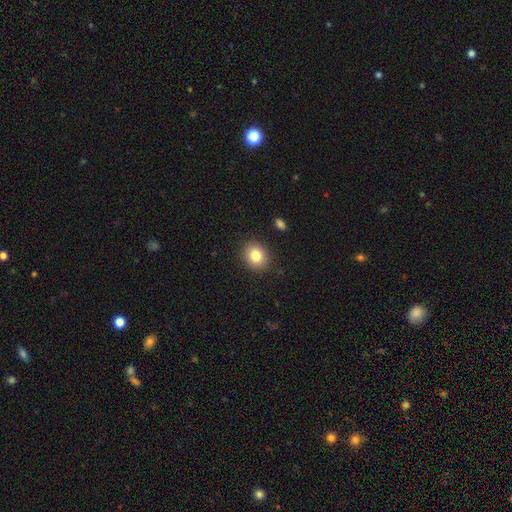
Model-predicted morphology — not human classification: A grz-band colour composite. It shows a smooth galaxy with no disk features (82%) that is round (68%). Merging: none (89%).